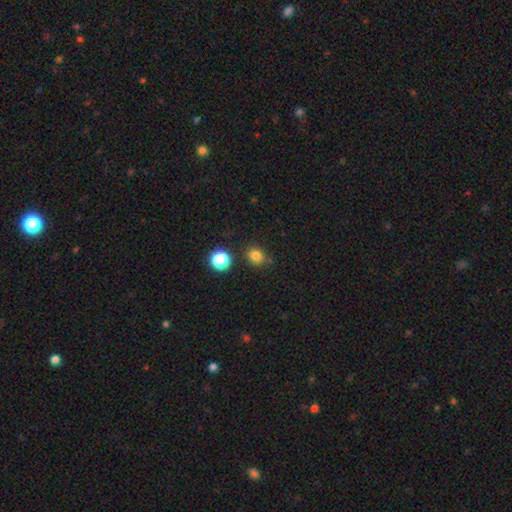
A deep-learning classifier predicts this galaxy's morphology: type=smooth (82%); roundness=round (70%); merging=none (78%).